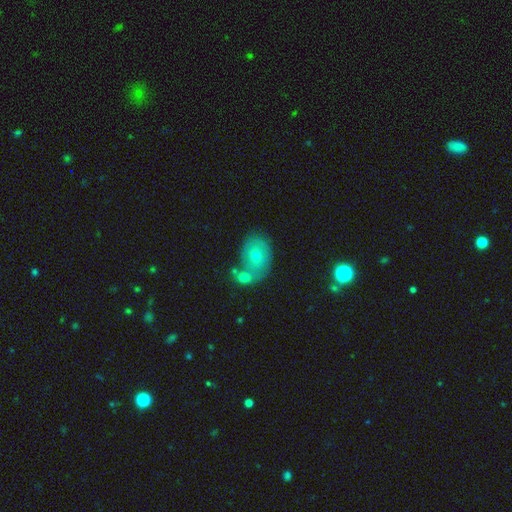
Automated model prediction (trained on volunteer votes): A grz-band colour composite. It shows a smooth galaxy with no disk features (50%). Merging: none (53%).